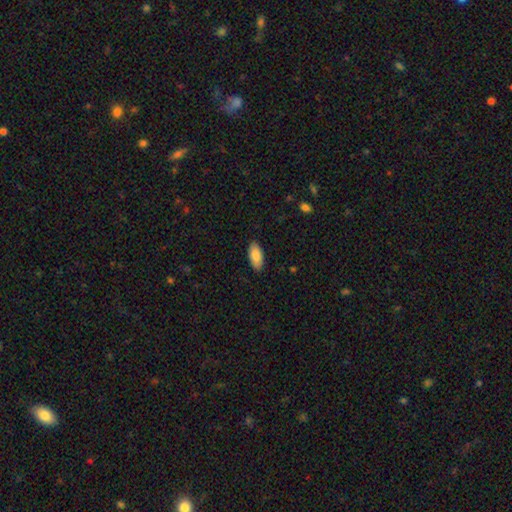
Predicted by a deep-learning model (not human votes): smooth 88%, featured or disk 6%, star or artifact 6%. Down the decision tree: how rounded — in between (90%); merging — none (89%).